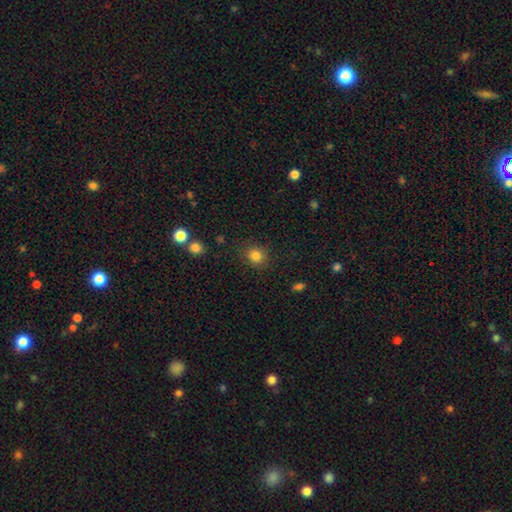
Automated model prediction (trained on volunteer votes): Smooth or featured?
  - smooth: 83% *
  - star or artifact: 12%
  - featured or disk: 5%
How rounded?
  - round: 78% *
  - in between: 21%
  - cigar-shaped: 1%
Merging?
  - none: 87% *
  - minor disturbance: 9%
  - major disturbance: 3%
  - merger: 2%